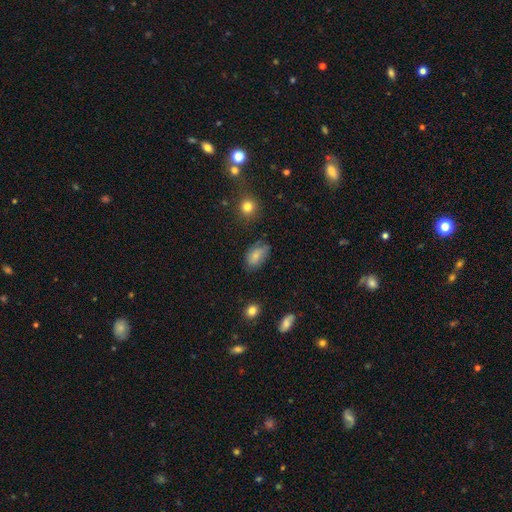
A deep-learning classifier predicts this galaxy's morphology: smooth_or_featured: smooth (p=0.77) [alt: featured or disk p=0.14]
how_rounded: in between (p=0.89) [alt: round p=0.09]
merging: none (p=0.62) [alt: minor disturbance p=0.28]